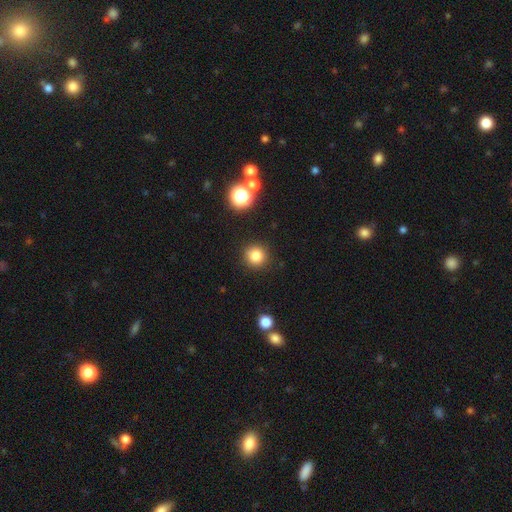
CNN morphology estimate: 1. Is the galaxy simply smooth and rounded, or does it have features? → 81% smooth, 14% star or artifact, 6% featured or disk.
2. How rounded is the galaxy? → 94% round, 5% in between, 1% cigar-shaped.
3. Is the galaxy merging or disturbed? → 90% none, 6% minor disturbance, 2% major disturbance, 2% merger.